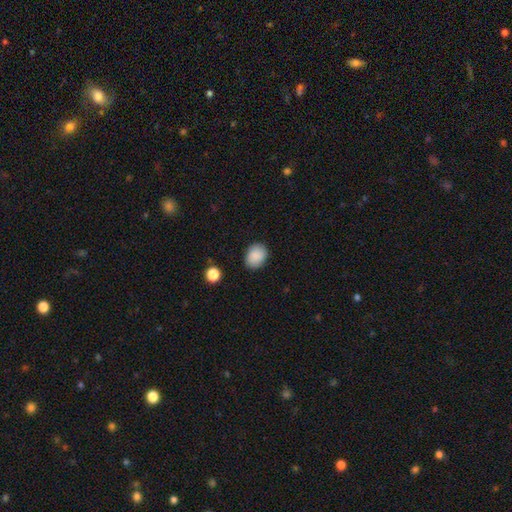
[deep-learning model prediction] Smooth or featured? smooth (89%)
How rounded? in between (60%)
Merging? none (84%)